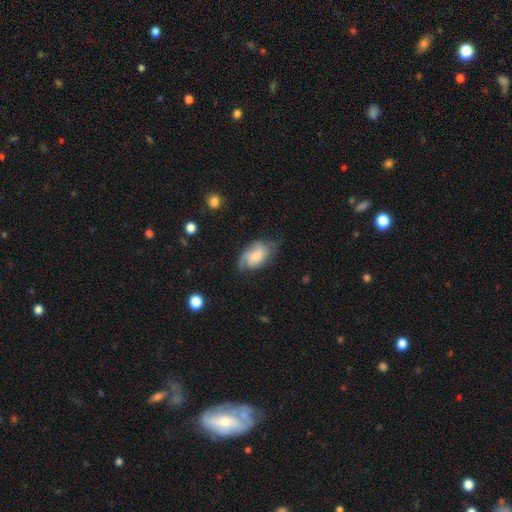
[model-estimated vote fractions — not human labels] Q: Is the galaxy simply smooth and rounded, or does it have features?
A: featured or disk — 51%.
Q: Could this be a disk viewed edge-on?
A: no — 95%.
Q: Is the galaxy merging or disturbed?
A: none — 48%.